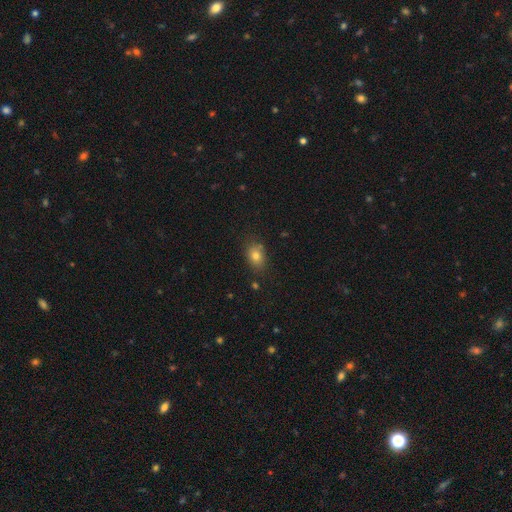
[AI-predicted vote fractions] This appears to be a smooth galaxy with no disk features (78%) that is in between round and cigar-shaped (68%). Merging: none (78%).